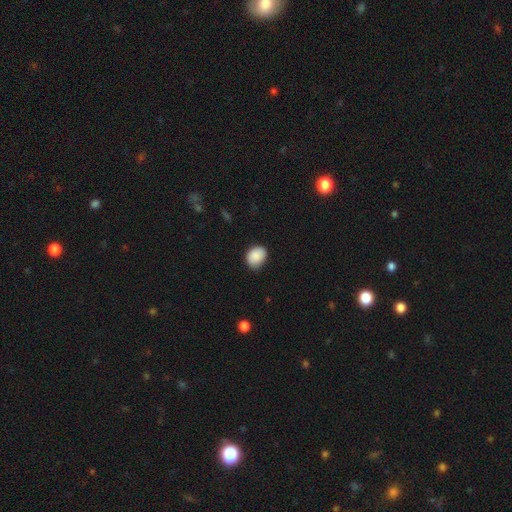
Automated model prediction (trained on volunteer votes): Smooth or featured?
  - smooth: 88% *
  - star or artifact: 7%
  - featured or disk: 4%
How rounded?
  - round: 50% *
  - in between: 49%
  - cigar-shaped: 1%
Merging?
  - none: 75% *
  - minor disturbance: 20%
  - major disturbance: 3%
  - merger: 1%